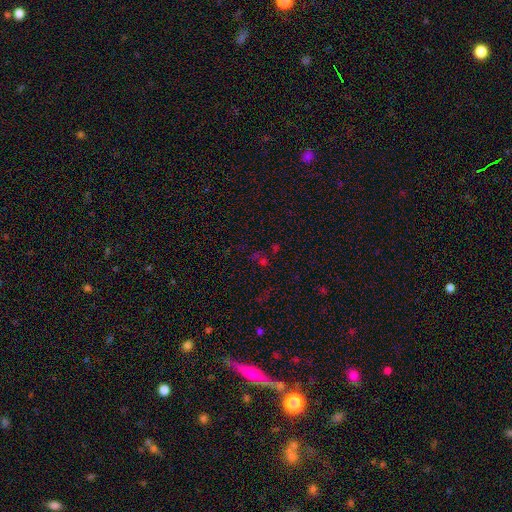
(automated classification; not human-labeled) Q: Smooth or featured?
A: star or artifact (56%); runner-up: smooth (32%)